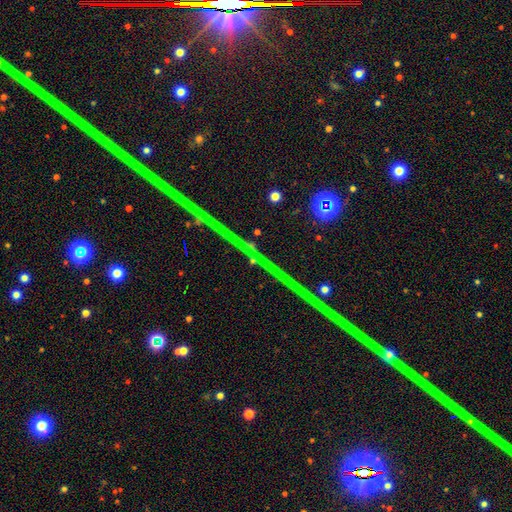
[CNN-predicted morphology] Smooth or featured: star or artifact — 86% (featured or disk — 7%)